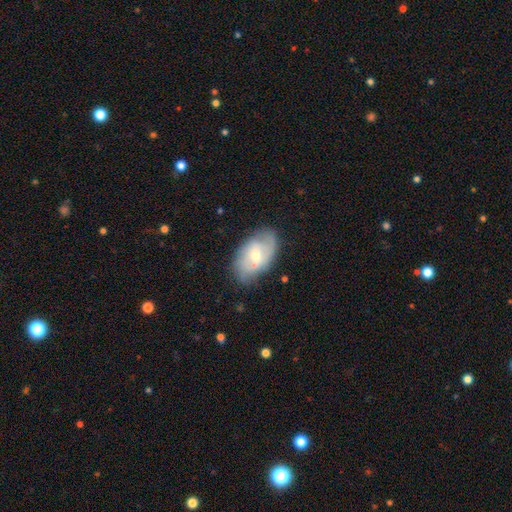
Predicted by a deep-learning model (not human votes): A featured or disk galaxy (61%) with a weak bar (50%), spiral arms (77%) and a small central bulge (55%). Merging: none (72%).